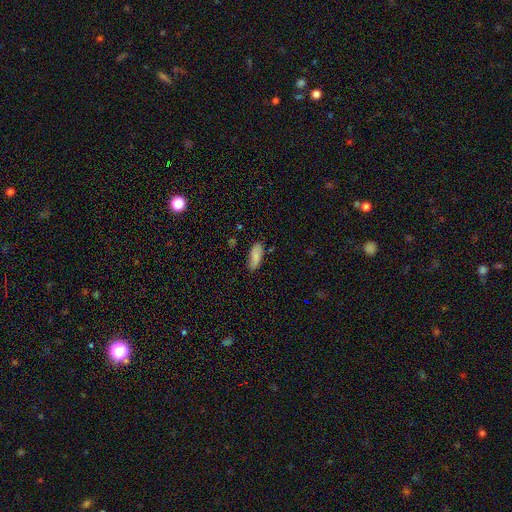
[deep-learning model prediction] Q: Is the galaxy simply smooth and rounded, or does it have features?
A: smooth — 82%.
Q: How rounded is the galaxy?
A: in between — 77%.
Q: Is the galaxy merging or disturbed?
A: none — 74%.